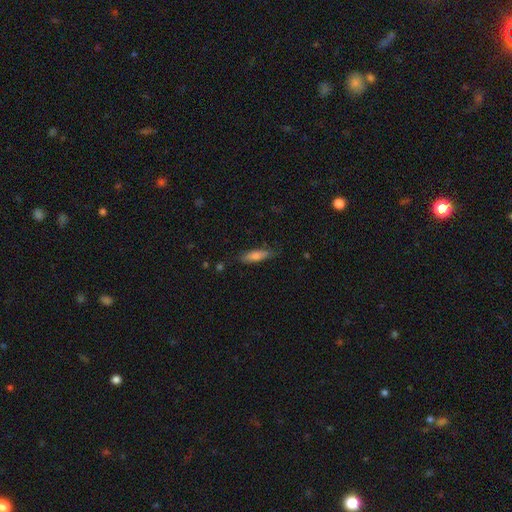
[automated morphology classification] Smooth or featured?
  - smooth: 73% *
  - featured or disk: 20%
  - star or artifact: 7%
How rounded?
  - cigar-shaped: 61% *
  - in between: 38%
  - round: 2%
Merging?
  - none: 80% *
  - minor disturbance: 16%
  - major disturbance: 3%
  - merger: 1%